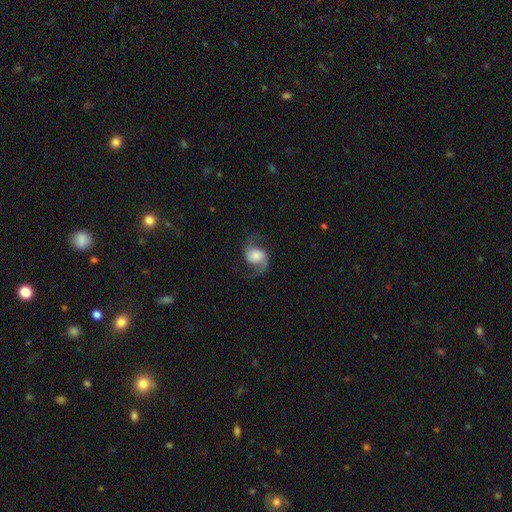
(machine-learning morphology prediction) The model was most divided on "bulge size": moderate: 35%, large: 25%, small: 24%, dominant: 9%, none: 7%. More confident: edge-on disk — no (98%); spiral arms — yes (96%); spiral arm count — 2 (92%); smooth or featured — featured or disk (80%); merging — none (74%); bar — no (60%); spiral winding — loose (56%).